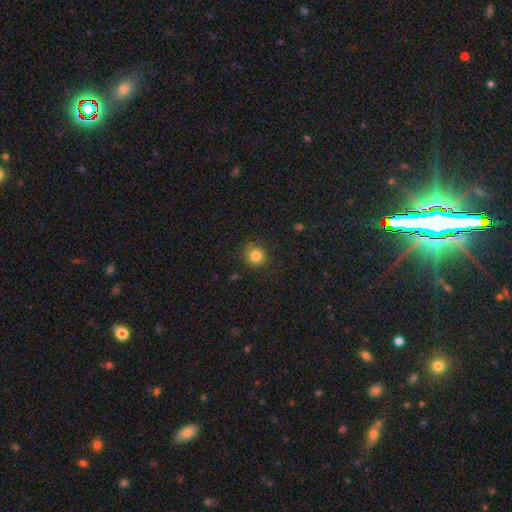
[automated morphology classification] This appears to be a smooth galaxy with no disk features (83%) that is round (90%). Merging: none (86%).